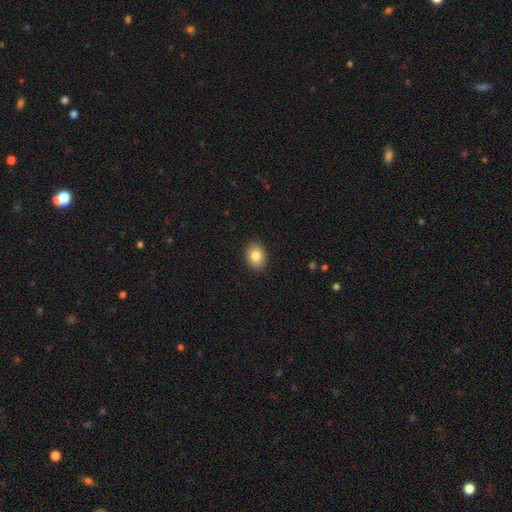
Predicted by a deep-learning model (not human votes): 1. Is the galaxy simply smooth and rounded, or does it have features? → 83% smooth, 8% featured or disk, 8% star or artifact.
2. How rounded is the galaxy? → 63% in between, 36% round, 1% cigar-shaped.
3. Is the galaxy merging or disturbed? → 90% none, 7% minor disturbance, 2% major disturbance, 1% merger.